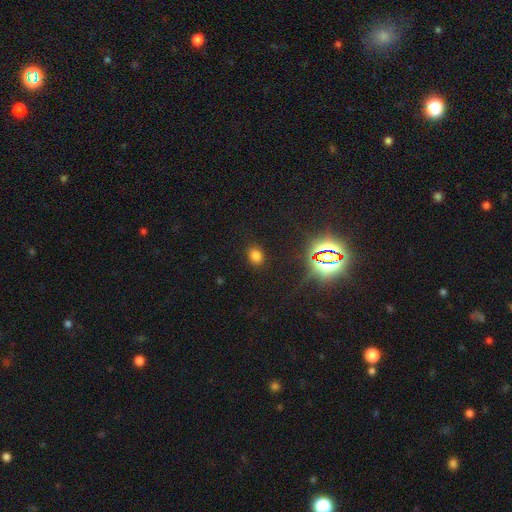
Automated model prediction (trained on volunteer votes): Smooth or featured: smooth — 71% (star or artifact — 23%)
How rounded: in between — 58% (round — 41%)
Merging: none — 86% (minor disturbance — 9%)